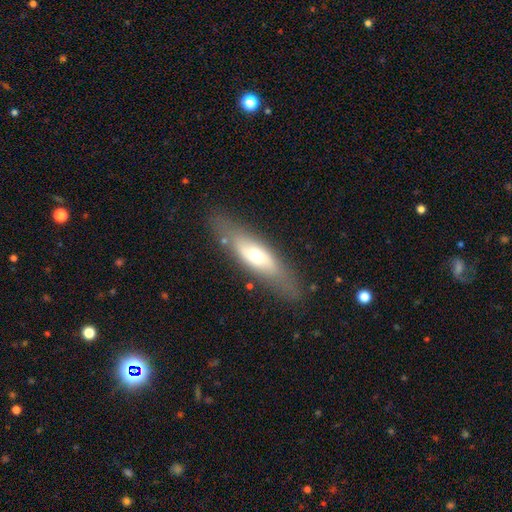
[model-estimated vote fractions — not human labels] A featured or disk galaxy (47%).

Vote fractions:
- Smooth or featured? featured or disk: 47% / smooth: 46% / star or artifact: 7%
- Merging? none: 78% / minor disturbance: 15% / major disturbance: 5% / merger: 2%